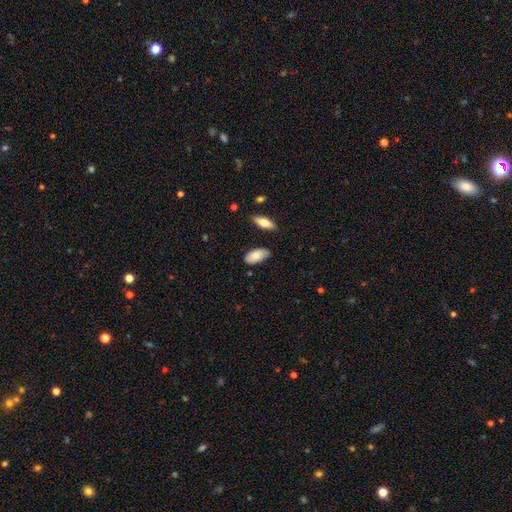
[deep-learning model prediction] Smooth or featured? Predicted: smooth (p=0.80). How rounded? Predicted: in between (p=0.92). Merging? Predicted: none (p=0.74).